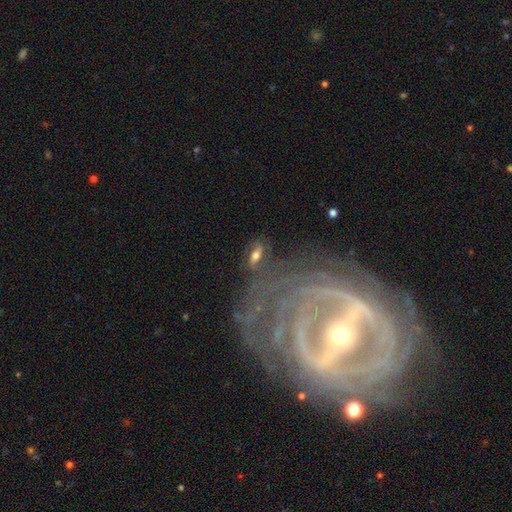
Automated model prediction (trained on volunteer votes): Smooth or featured? featured or disk (48%)
Merging? none (65%)